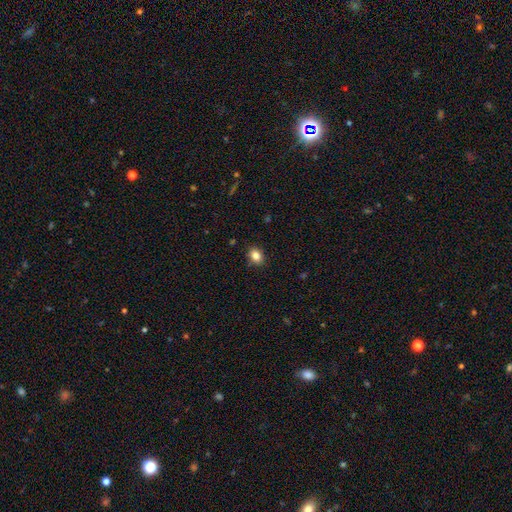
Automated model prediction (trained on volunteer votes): Smooth or featured: smooth — 84% (star or artifact — 10%)
How rounded: in between — 58% (round — 41%)
Merging: none — 86% (minor disturbance — 10%)